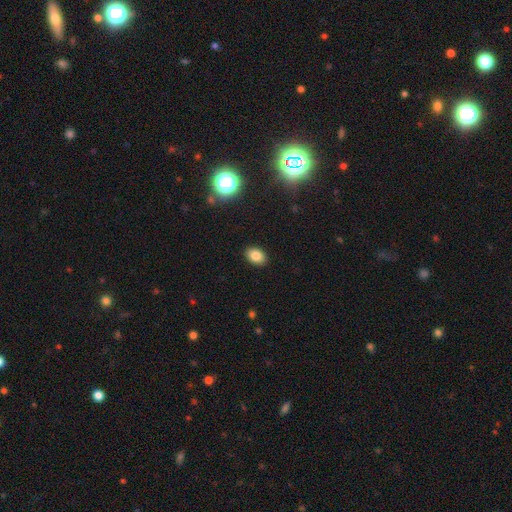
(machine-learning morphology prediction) The model was most divided on "how rounded": in between: 82%, round: 17%, cigar-shaped: 1%. More confident: merging — none (90%); smooth or featured — smooth (83%).